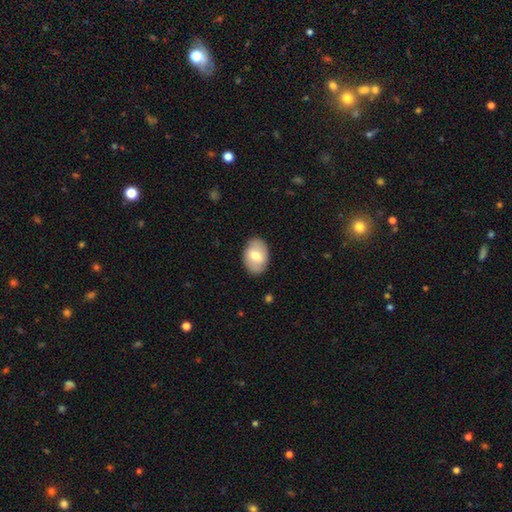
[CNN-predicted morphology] A smooth galaxy with no disk features (64%) that is in between round and cigar-shaped (81%).

Vote fractions:
- Smooth or featured? smooth: 64% / featured or disk: 30% / star or artifact: 6%
- How rounded? in between: 81% / round: 18% / cigar-shaped: 1%
- Merging? none: 85% / minor disturbance: 12% / major disturbance: 3% / merger: 1%